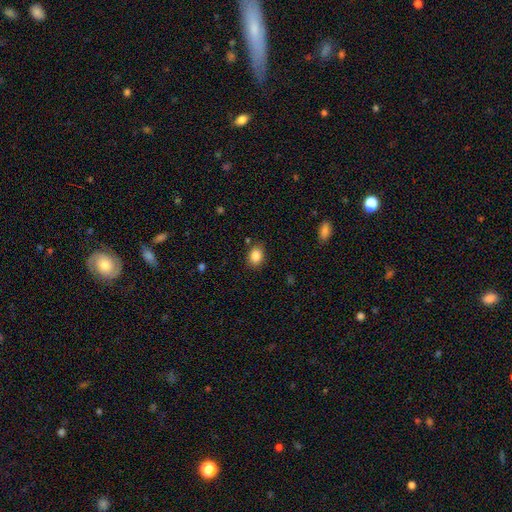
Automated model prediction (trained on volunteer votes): This is clearly a smooth galaxy (86%). How rounded: possibly in between (60%). Merging: clearly none (84%).